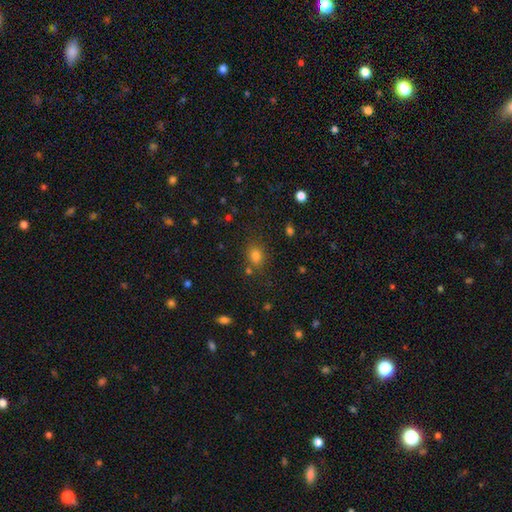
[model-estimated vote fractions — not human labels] Overall: smooth (76%). How rounded: round (50%; in between 49%). Merging: none (71%).